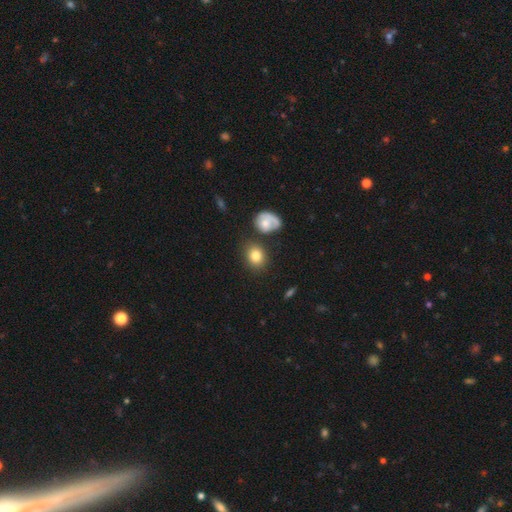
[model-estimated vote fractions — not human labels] Smooth or featured? Predicted: smooth (p=0.80). How rounded? Predicted: round (p=0.57). Merging? Predicted: none (p=0.69).